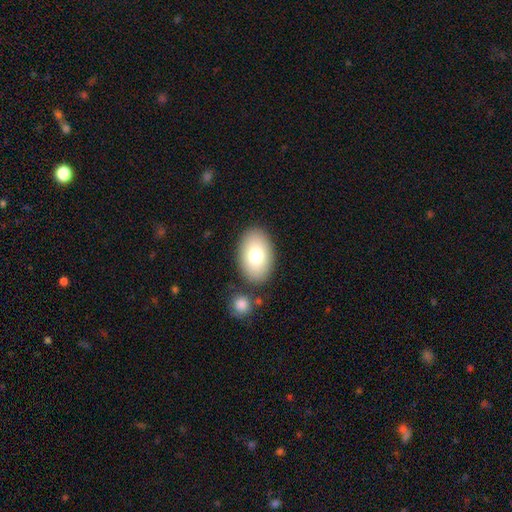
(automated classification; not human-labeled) Smooth or featured? smooth (78%)
How rounded? in between (90%)
Merging? none (83%)